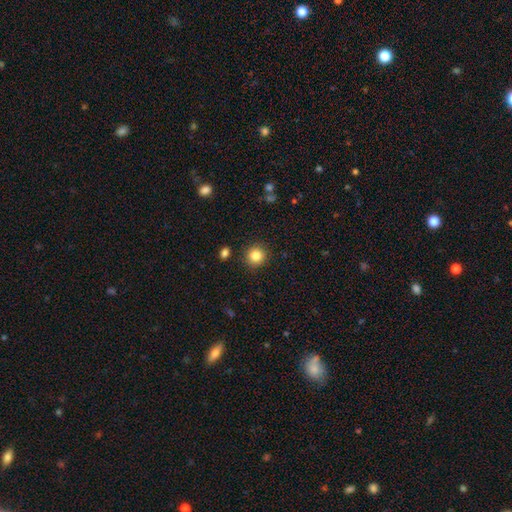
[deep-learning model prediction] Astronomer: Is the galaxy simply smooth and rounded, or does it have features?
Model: smooth — 84%.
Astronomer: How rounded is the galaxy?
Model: round — 93%.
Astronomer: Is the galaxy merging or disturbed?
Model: none — 90%.